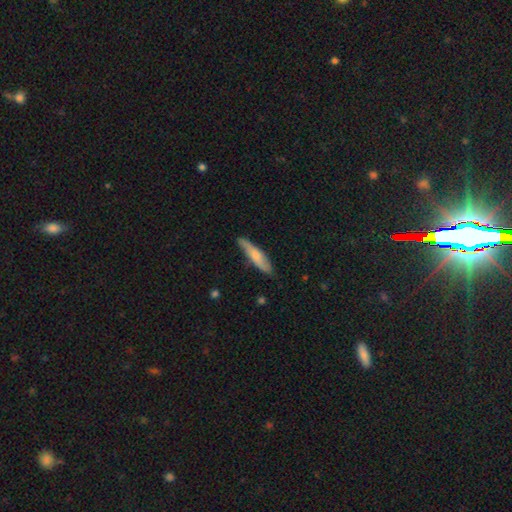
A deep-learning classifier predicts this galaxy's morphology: Q: Smooth or featured?
A: smooth (61%); runner-up: featured or disk (33%)
Q: How rounded?
A: cigar-shaped (80%); runner-up: in between (18%)
Q: Merging?
A: none (77%); runner-up: minor disturbance (19%)